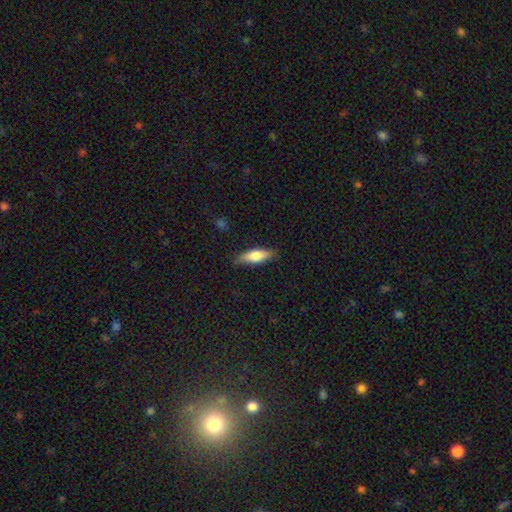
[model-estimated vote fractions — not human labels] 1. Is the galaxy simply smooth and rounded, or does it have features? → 71% smooth, 23% featured or disk, 6% star or artifact.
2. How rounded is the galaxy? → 50% cigar-shaped, 48% in between, 2% round.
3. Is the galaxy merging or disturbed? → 84% none, 12% minor disturbance, 3% major disturbance, 1% merger.